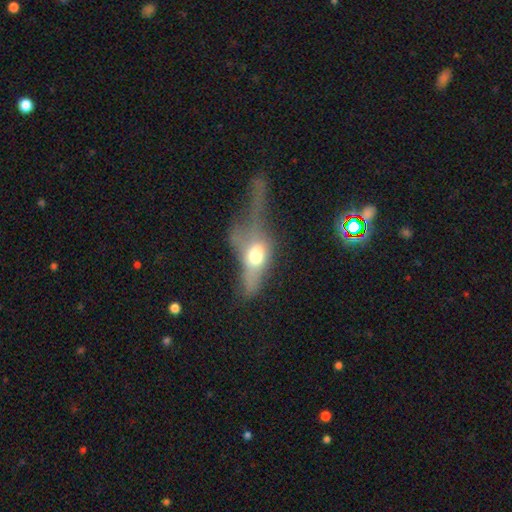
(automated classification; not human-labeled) Smooth or featured? smooth (57%)
How rounded? in between (70%)
Merging? major disturbance (61%)